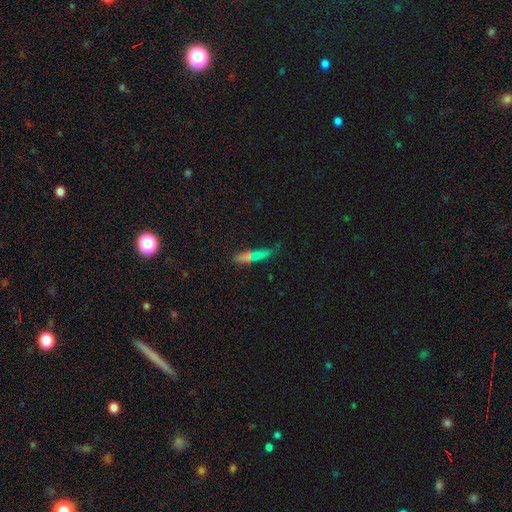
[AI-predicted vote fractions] Smooth or featured? Predicted: smooth (p=0.64). How rounded? Predicted: cigar-shaped (p=0.73). Merging? Predicted: none (p=0.72).